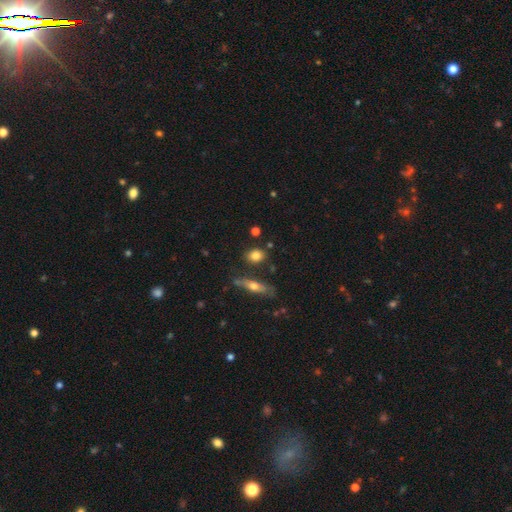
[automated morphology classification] A smooth galaxy with no disk features (79%) that is in between round and cigar-shaped (50%).

Vote fractions:
- Smooth or featured? smooth: 79% / featured or disk: 12% / star or artifact: 9%
- How rounded? in between: 50% / round: 44% / cigar-shaped: 6%
- Merging? none: 77% / minor disturbance: 12% / merger: 7% / major disturbance: 4%